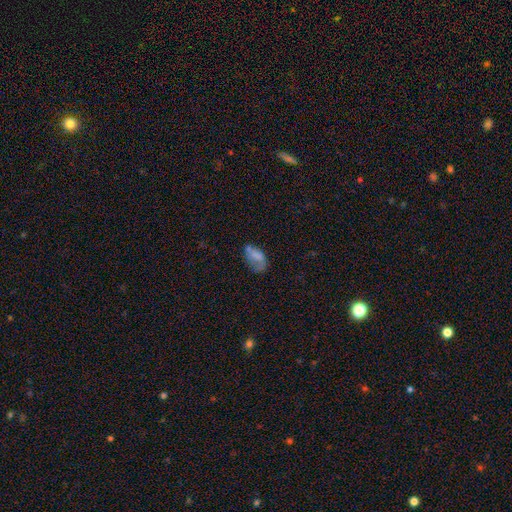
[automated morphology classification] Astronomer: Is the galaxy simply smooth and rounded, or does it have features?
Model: smooth — 61%.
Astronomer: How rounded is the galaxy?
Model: in between — 89%.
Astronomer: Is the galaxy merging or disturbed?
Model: none — 33% (runner-up: major disturbance, 27%).